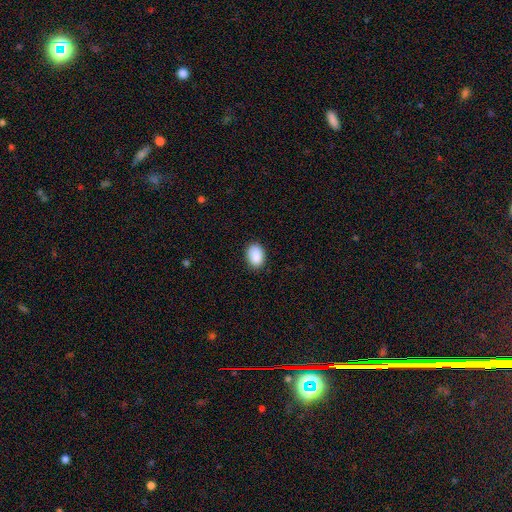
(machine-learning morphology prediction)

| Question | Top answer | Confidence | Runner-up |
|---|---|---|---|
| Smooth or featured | smooth | 90% | star or artifact (7%) |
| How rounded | in between | 84% | round (15%) |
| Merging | none | 86% | minor disturbance (11%) |